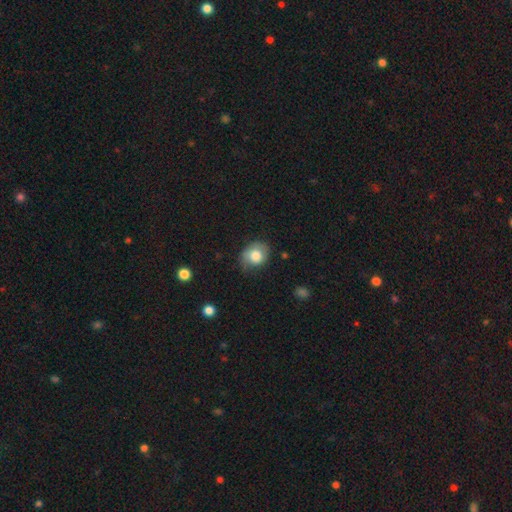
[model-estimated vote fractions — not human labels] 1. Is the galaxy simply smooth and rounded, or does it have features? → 75% smooth, 17% featured or disk, 8% star or artifact.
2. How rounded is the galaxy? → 53% round, 46% in between, 1% cigar-shaped.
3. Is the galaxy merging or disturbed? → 58% none, 31% minor disturbance, 9% major disturbance, 2% merger.